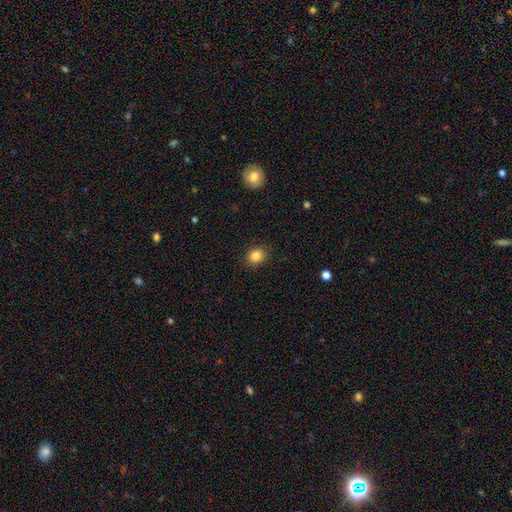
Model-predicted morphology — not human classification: Overall: smooth (85%). How rounded: round (61%; in between 38%). Merging: none (88%).